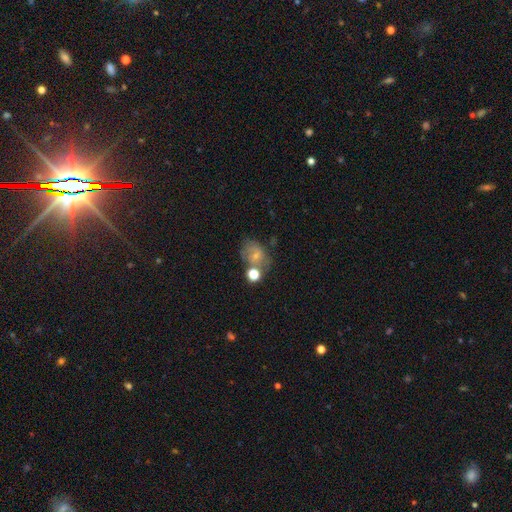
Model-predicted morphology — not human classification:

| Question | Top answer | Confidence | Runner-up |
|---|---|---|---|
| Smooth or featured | smooth | 52% | featured or disk (34%) |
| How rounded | in between | 53% | round (46%) |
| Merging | none | 40% | merger (23%) |